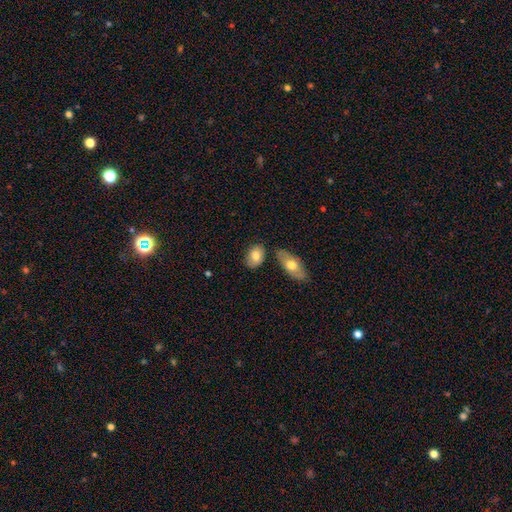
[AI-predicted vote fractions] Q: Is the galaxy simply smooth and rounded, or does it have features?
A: smooth — 76%.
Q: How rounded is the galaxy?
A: in between — 86%.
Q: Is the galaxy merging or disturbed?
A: none — 68%.